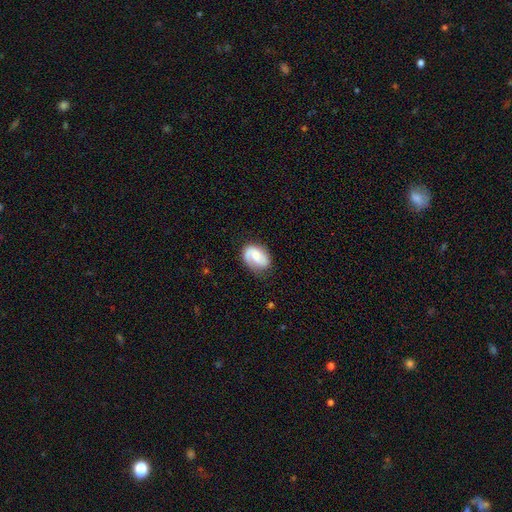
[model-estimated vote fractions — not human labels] This is likely a featured or disk galaxy (64%). It is clearly not viewed edge-on (97%). Bar: possibly no (53%). Spiral arm pattern: clearly yes (92%). Spiral arm count: likely 2 (65%). Spiral winding: marginally medium (43%). Central bulge: possibly moderate (48%). Merging: likely none (70%).